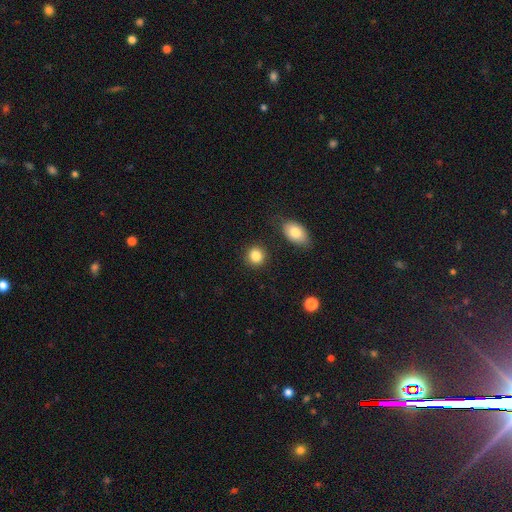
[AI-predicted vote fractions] Morphology: type=smooth (85%); roundness=round (81%); merging=none (86%).